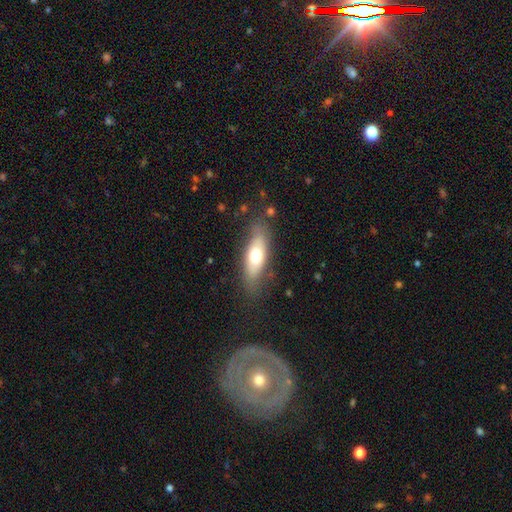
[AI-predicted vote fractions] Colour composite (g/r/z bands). It shows a smooth galaxy with no disk features (60%) that is in between round and cigar-shaped (67%). Merging: none (76%).